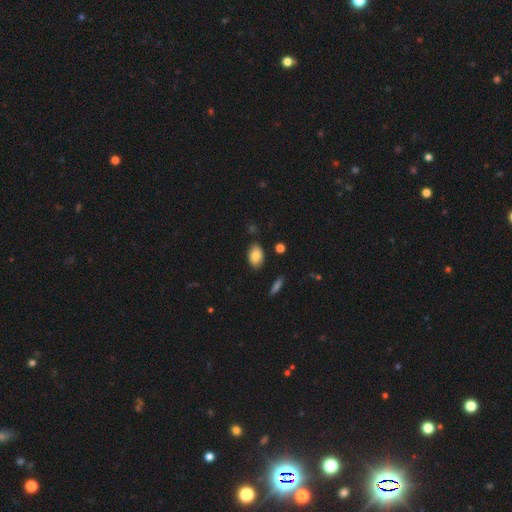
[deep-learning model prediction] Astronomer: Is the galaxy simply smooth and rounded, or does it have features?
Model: smooth — 85%.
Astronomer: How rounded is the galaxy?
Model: in between — 90%.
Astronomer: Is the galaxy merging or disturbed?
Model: none — 83%.